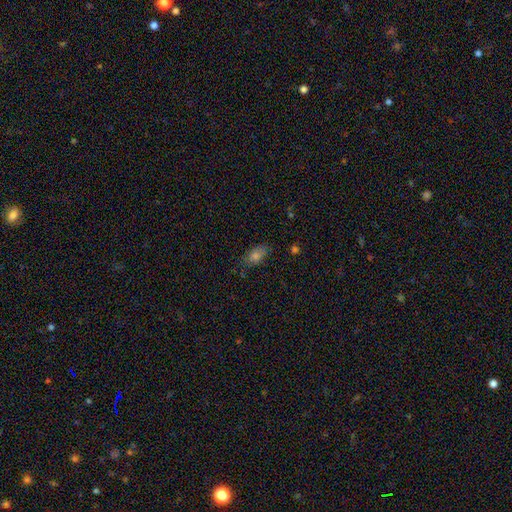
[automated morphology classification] Smooth or featured? smooth (73%)
How rounded? in between (83%)
Merging? none (74%)